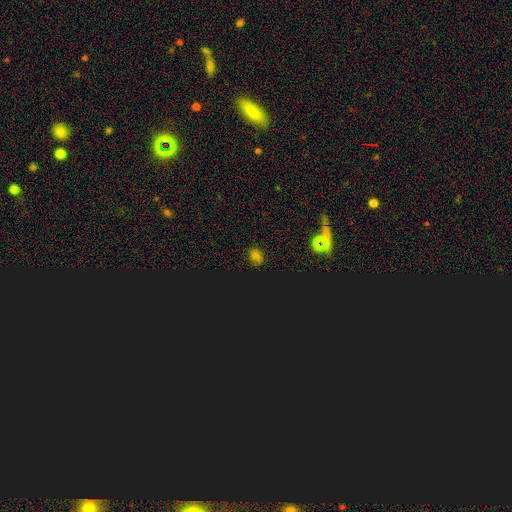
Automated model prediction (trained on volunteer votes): smooth_or_featured: smooth (p=0.47) [alt: star or artifact p=0.44]
merging: none (p=0.78) [alt: minor disturbance p=0.16]